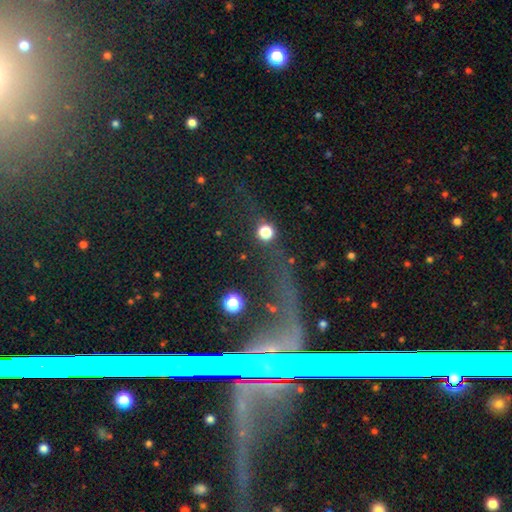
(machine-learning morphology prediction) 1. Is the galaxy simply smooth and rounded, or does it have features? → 69% star or artifact, 19% featured or disk, 12% smooth.